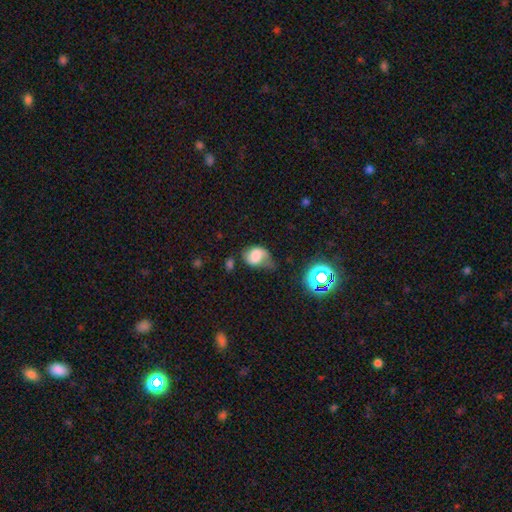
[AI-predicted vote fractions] A smooth galaxy with no disk features (53%) that is in between round and cigar-shaped (60%). Merging: minor disturbance (36%).